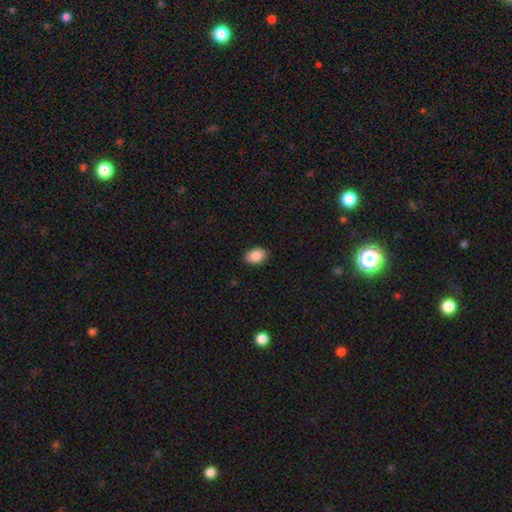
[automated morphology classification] This is clearly a smooth galaxy (88%). How rounded: clearly in between (86%). Merging: clearly none (89%).